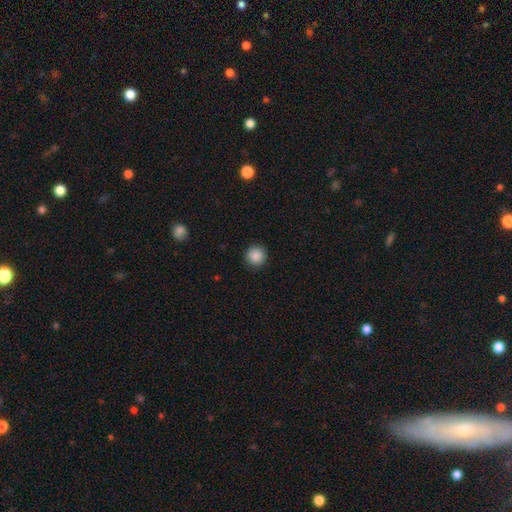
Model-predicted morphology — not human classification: A smooth galaxy with no disk features (88%) that is round (95%).

Vote fractions:
- Smooth or featured? smooth: 88% / star or artifact: 9% / featured or disk: 3%
- How rounded? round: 95% / in between: 4% / cigar-shaped: 1%
- Merging? none: 91% / minor disturbance: 6% / major disturbance: 2% / merger: 1%